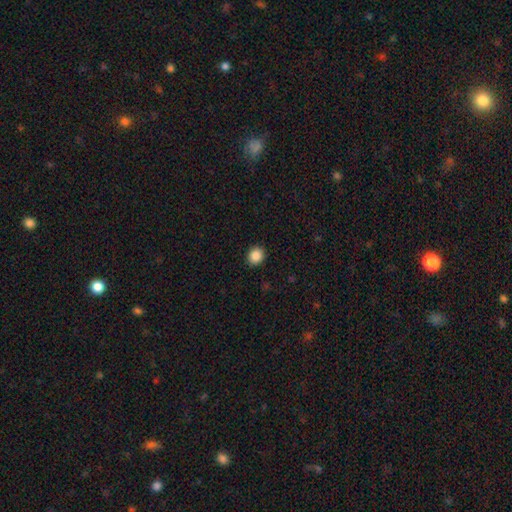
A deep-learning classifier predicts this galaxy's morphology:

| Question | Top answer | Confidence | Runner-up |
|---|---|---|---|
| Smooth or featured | smooth | 88% | star or artifact (9%) |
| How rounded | round | 81% | in between (18%) |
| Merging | none | 91% | minor disturbance (6%) |